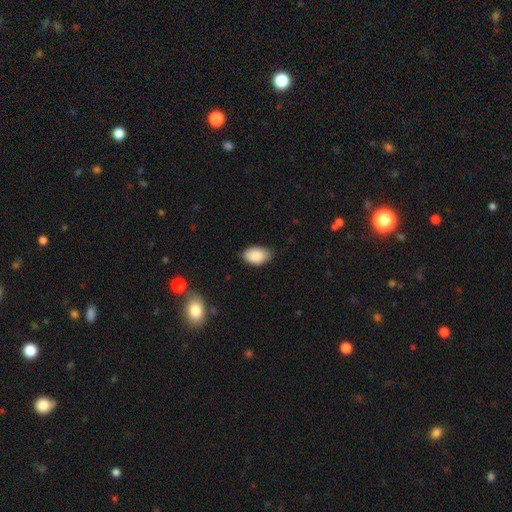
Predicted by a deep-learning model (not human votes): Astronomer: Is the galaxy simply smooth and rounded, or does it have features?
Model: smooth — 88%.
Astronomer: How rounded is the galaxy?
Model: in between — 91%.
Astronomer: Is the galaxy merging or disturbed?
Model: none — 70%.